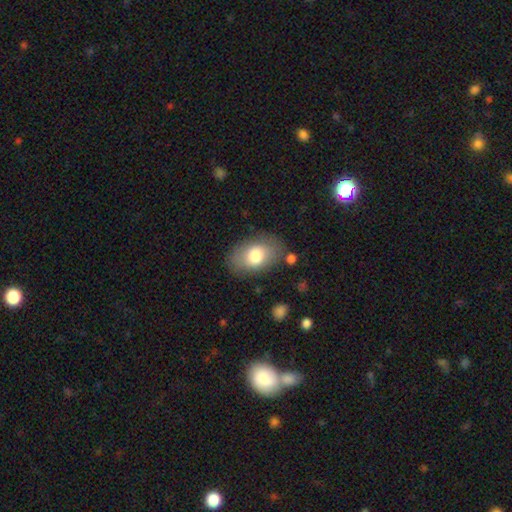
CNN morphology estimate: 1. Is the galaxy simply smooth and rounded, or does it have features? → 74% smooth, 19% featured or disk, 7% star or artifact.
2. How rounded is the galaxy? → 89% in between, 10% round, 1% cigar-shaped.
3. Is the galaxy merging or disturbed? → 78% none, 14% minor disturbance, 5% major disturbance, 3% merger.